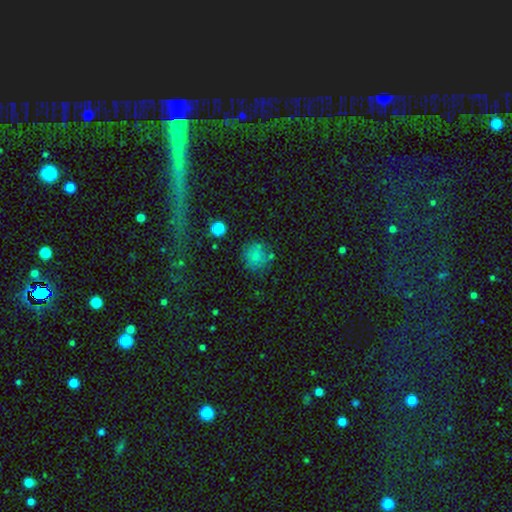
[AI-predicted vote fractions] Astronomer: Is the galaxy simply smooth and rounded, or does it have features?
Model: smooth — 75%.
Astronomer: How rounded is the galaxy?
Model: round — 89%.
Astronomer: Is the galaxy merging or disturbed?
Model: none — 70%.